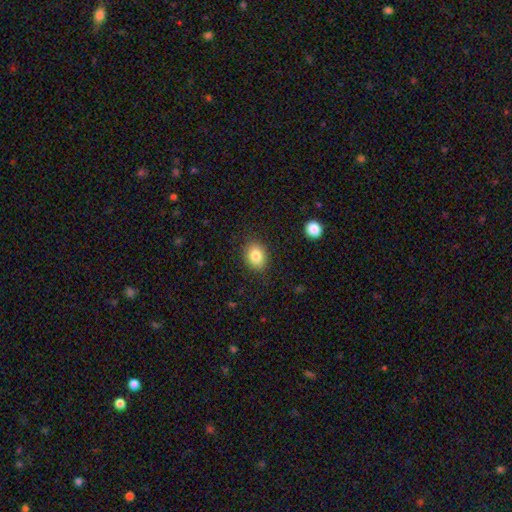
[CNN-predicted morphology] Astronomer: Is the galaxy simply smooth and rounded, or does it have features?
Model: smooth — 84%.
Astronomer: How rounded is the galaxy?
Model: in between — 63%.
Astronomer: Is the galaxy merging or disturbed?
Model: none — 86%.